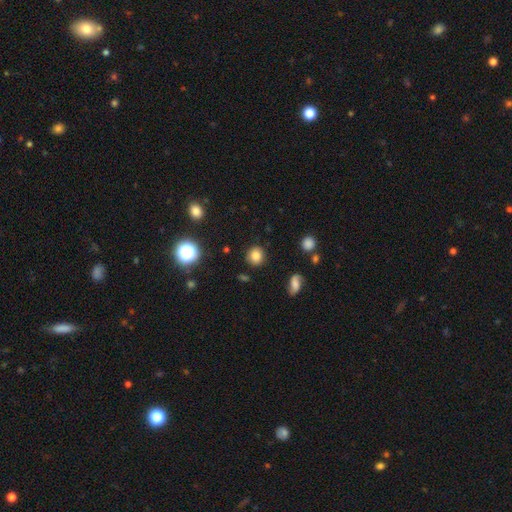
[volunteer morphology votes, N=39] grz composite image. It shows a smooth galaxy with no disk features (92%) that is round (83%). Merging: none (86%).